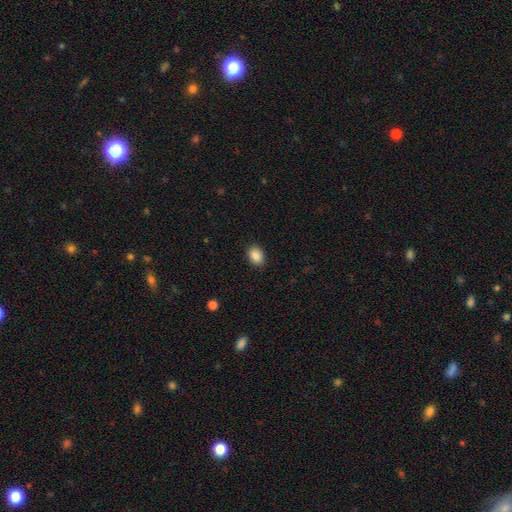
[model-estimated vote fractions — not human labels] Morphology: type=smooth (88%); roundness=in between (67%); merging=none (89%).